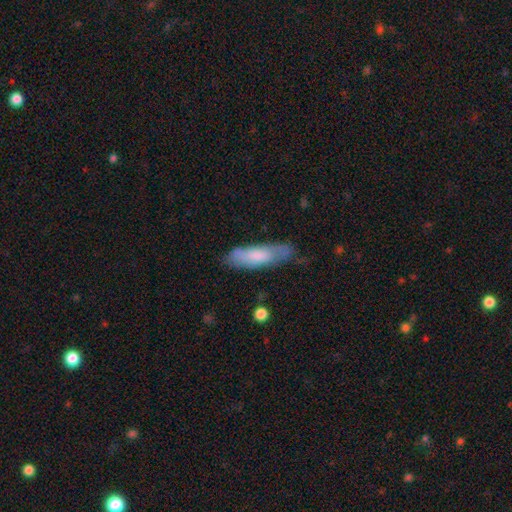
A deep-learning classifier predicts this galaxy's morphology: smooth-or-featured: smooth: 71% | featured or disk: 24% | star or artifact: 6%
  how-rounded: cigar-shaped: 55% | in between: 44% | round: 2%
  merging: none: 61% | minor disturbance: 29% | major disturbance: 8% | merger: 2%